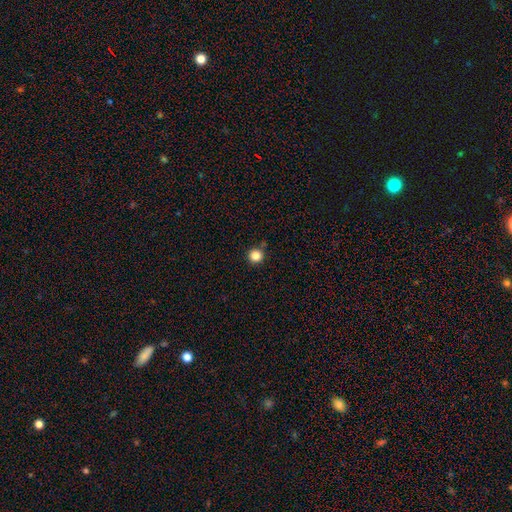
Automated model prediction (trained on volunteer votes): Morphology: type=smooth (84%); roundness=round (96%); merging=none (87%).